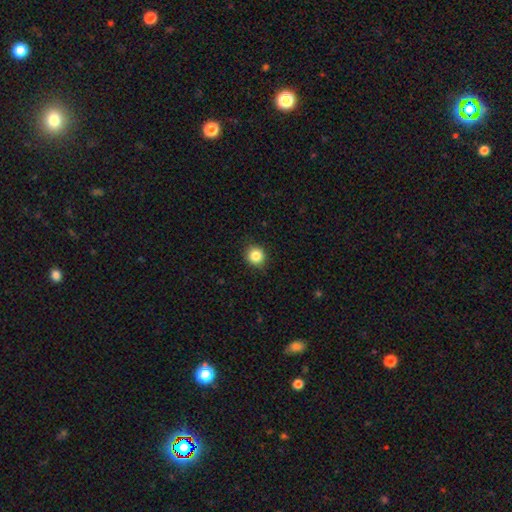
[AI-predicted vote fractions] smooth-or-featured: smooth: 85% | star or artifact: 10% | featured or disk: 5%
  how-rounded: round: 90% | in between: 9% | cigar-shaped: 1%
  merging: none: 90% | minor disturbance: 7% | major disturbance: 2% | merger: 1%